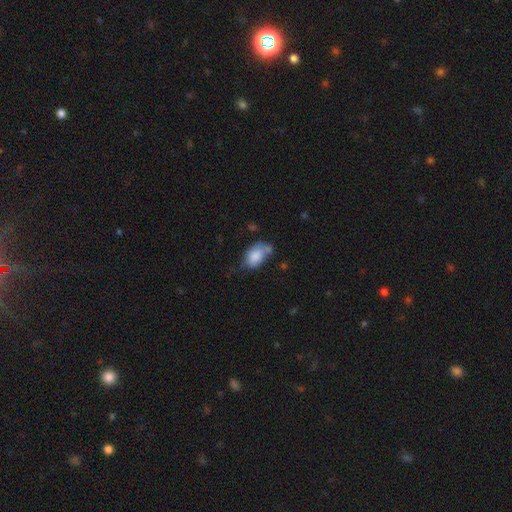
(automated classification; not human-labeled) This is clearly a smooth galaxy (82%). How rounded: clearly in between (86%). Merging: marginally none (40%).